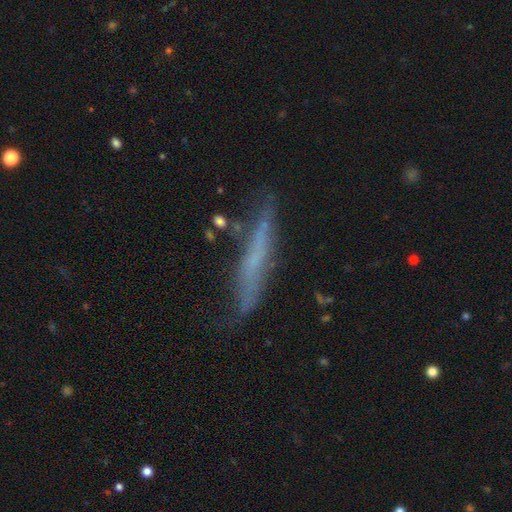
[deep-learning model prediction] Smooth or featured: featured or disk — 47% (smooth — 42%)
Merging: none — 71% (minor disturbance — 20%)